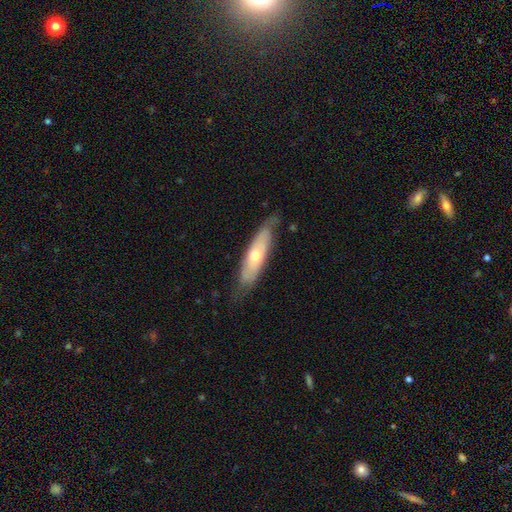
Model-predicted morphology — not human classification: A featured or disk galaxy (53%). Merging: none (70%).